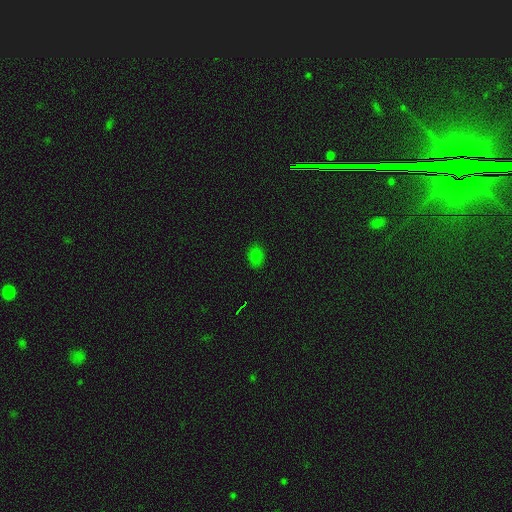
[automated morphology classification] The model was most divided on "how rounded": in between: 71%, round: 28%, cigar-shaped: 1%. More confident: merging — none (85%); smooth or featured — smooth (79%).